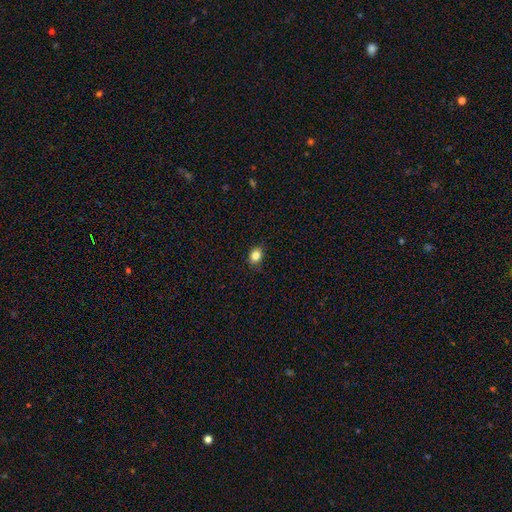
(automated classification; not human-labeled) Morphology: type=smooth (84%); roundness=round (53%); merging=none (84%).